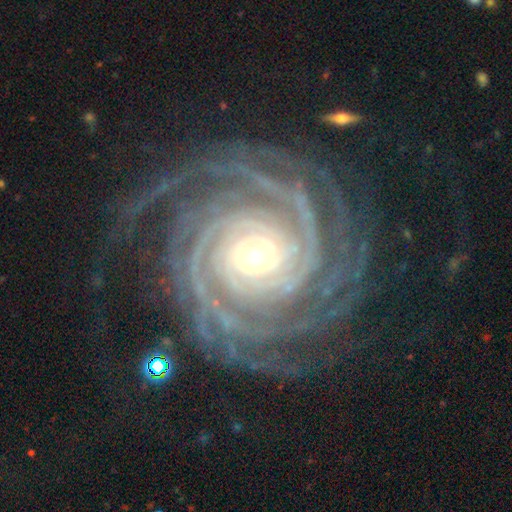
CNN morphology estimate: This is clearly a featured or disk galaxy (93%). It is clearly not viewed edge-on (98%). Bar: marginally no (42%). Spiral arm pattern: clearly yes (99%). Spiral arm count: marginally more than 4 (28%). Spiral winding: clearly tight (87%). Central bulge: possibly moderate (53%). Merging: clearly none (81%).